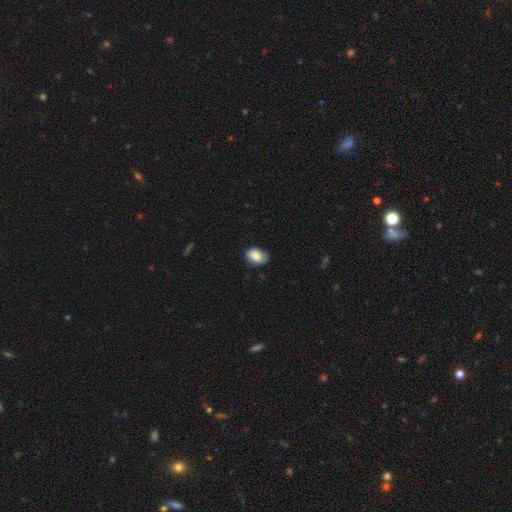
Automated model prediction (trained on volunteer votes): Smooth or featured: smooth — 83% (featured or disk — 10%)
How rounded: in between — 81% (round — 18%)
Merging: none — 70% (minor disturbance — 25%)